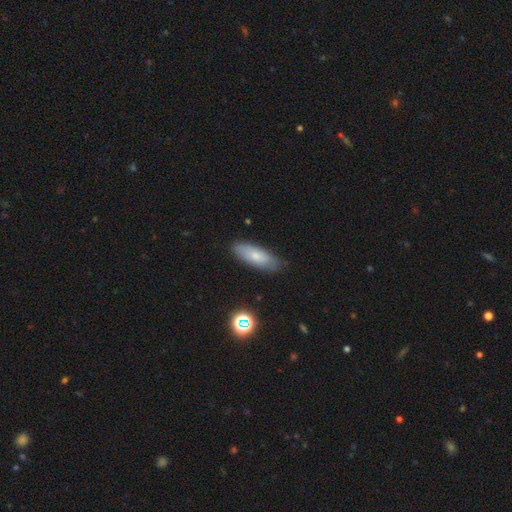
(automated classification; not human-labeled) smooth-or-featured: smooth: 68% | featured or disk: 24% | star or artifact: 8%
  how-rounded: in between: 63% | cigar-shaped: 34% | round: 3%
  merging: none: 81% | minor disturbance: 15% | major disturbance: 3% | merger: 1%